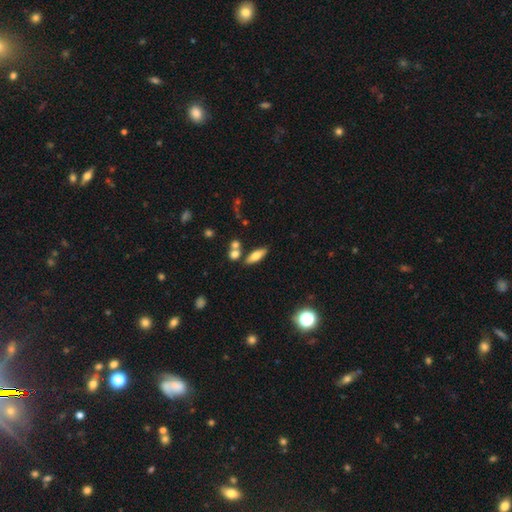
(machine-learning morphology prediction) Smooth or featured: smooth — 65% (featured or disk — 26%)
How rounded: in between — 61% (cigar-shaped — 35%)
Merging: none — 75% (merger — 11%)